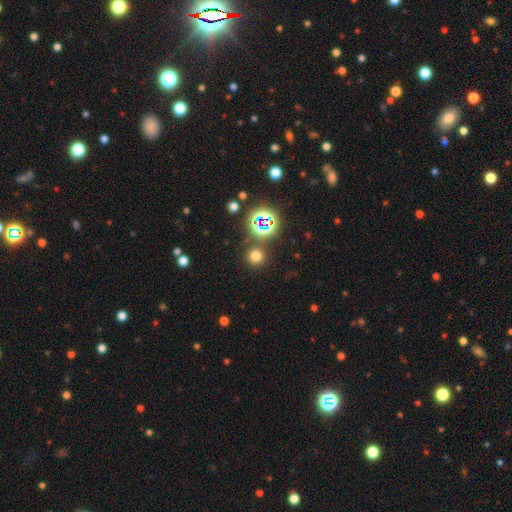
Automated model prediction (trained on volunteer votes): Smooth or featured: smooth — 66% (star or artifact — 27%)
How rounded: round — 93% (in between — 6%)
Merging: none — 86% (minor disturbance — 6%)